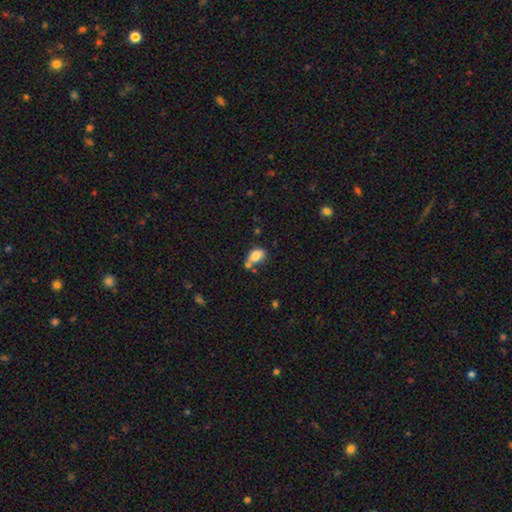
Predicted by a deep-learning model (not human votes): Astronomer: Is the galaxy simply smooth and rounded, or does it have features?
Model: smooth — 80%.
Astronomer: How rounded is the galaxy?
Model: in between — 82%.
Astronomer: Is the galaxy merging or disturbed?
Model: none — 45% (runner-up: merger, 27%).